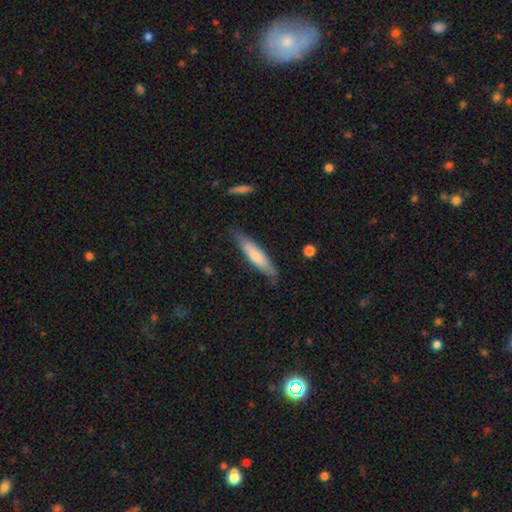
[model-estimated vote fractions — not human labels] Overall: smooth (68%). How rounded: cigar-shaped (81%). Merging: none (77%).